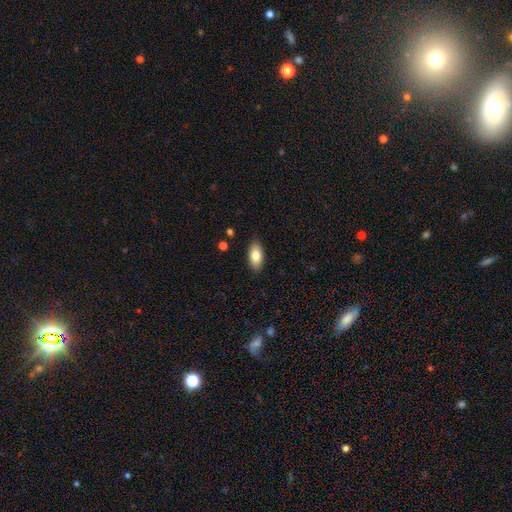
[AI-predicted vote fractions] Smooth or featured: smooth — 80% (featured or disk — 13%)
How rounded: in between — 91% (cigar-shaped — 6%)
Merging: none — 88% (minor disturbance — 9%)